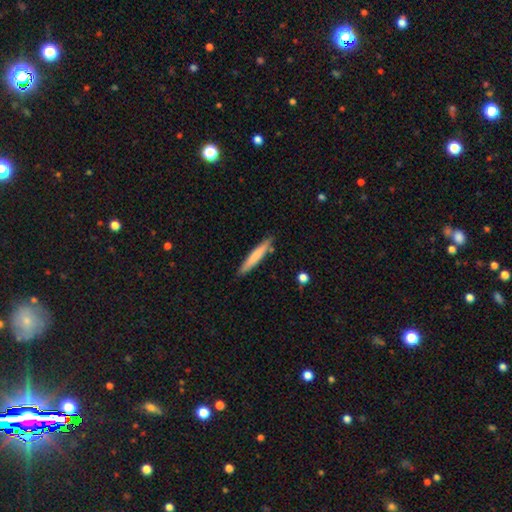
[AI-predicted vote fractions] A smooth galaxy with no disk features (72%) that is cigar-shaped (94%).

Vote fractions:
- Smooth or featured? smooth: 72% / featured or disk: 23% / star or artifact: 5%
- How rounded? cigar-shaped: 94% / in between: 5% / round: 1%
- Merging? none: 85% / minor disturbance: 11% / merger: 3% / major disturbance: 2%